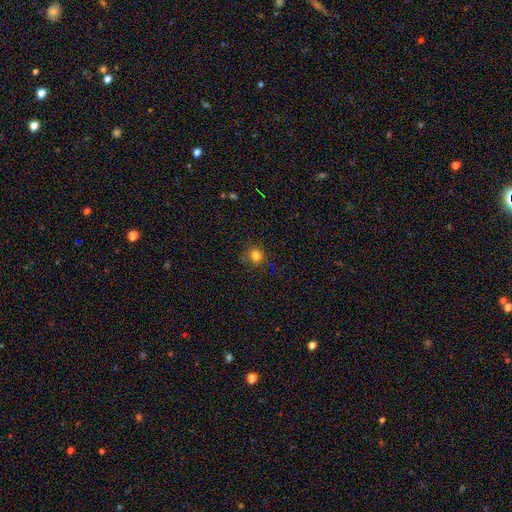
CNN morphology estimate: type=smooth (78%); roundness=round (89%); merging=none (83%).